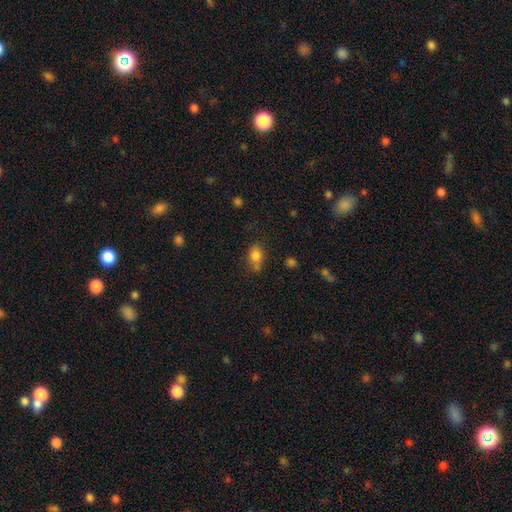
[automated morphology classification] Overall: smooth (80%). How rounded: in between (70%). Merging: none (54%; minor disturbance 27%).